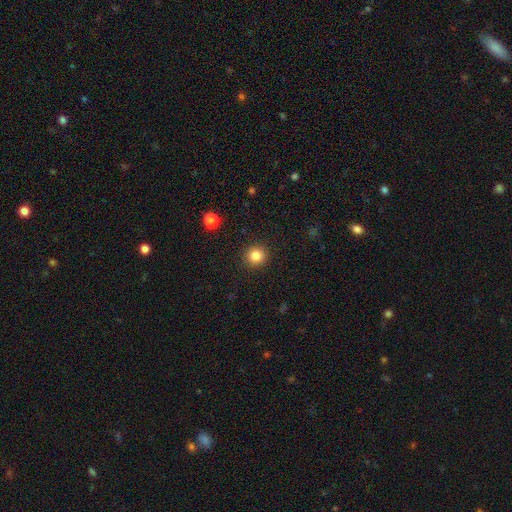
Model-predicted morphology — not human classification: This appears to be a smooth galaxy with no disk features (83%) that is round (93%). Merging: none (92%).